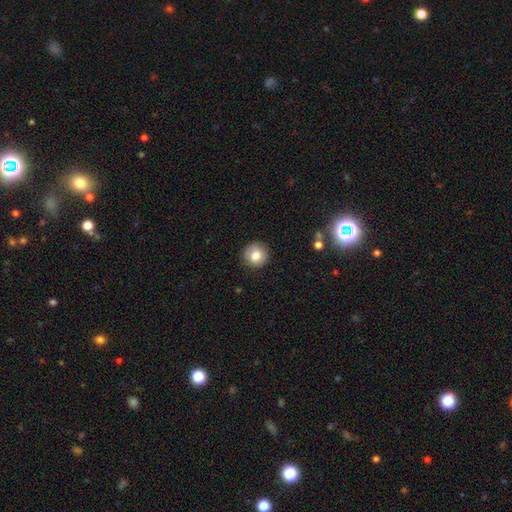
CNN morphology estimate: smooth_or_featured: smooth (p=0.80) [alt: featured or disk p=0.10]
how_rounded: round (p=0.94) [alt: in between p=0.05]
merging: none (p=0.89) [alt: minor disturbance p=0.08]